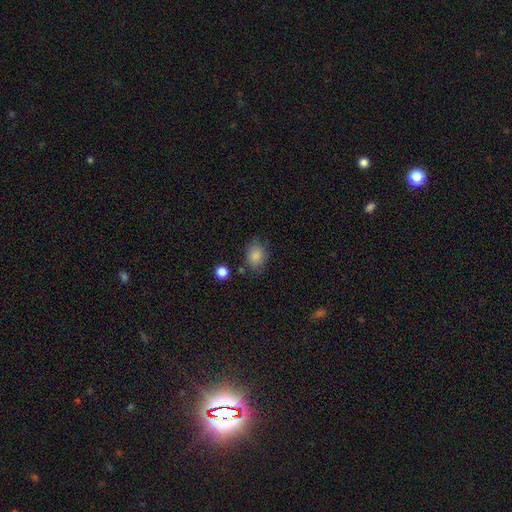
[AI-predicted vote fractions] smooth_or_featured: smooth (p=0.86) [alt: star or artifact p=0.09]
how_rounded: in between (p=0.58) [alt: round p=0.41]
merging: none (p=0.74) [alt: minor disturbance p=0.17]